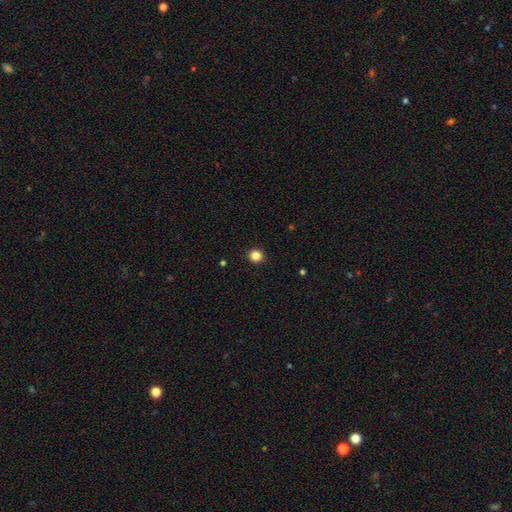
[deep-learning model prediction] The model was most divided on "smooth or featured": smooth: 84%, star or artifact: 12%, featured or disk: 4%. More confident: merging — none (93%); how rounded — round (92%).